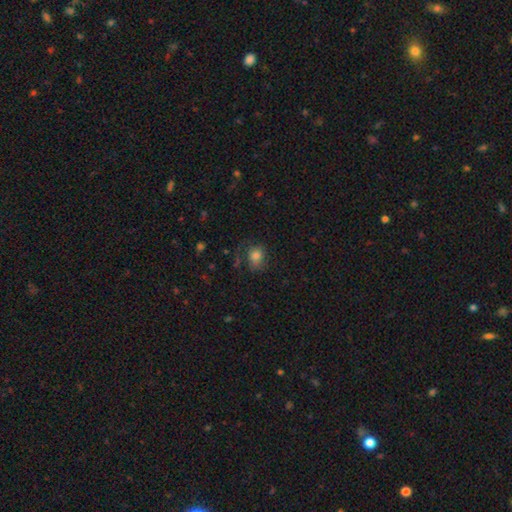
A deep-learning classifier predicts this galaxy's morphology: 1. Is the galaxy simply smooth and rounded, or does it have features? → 77% smooth, 12% star or artifact, 11% featured or disk.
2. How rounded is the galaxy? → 56% round, 43% in between, 1% cigar-shaped.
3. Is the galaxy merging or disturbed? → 57% none, 24% minor disturbance, 17% major disturbance, 3% merger.